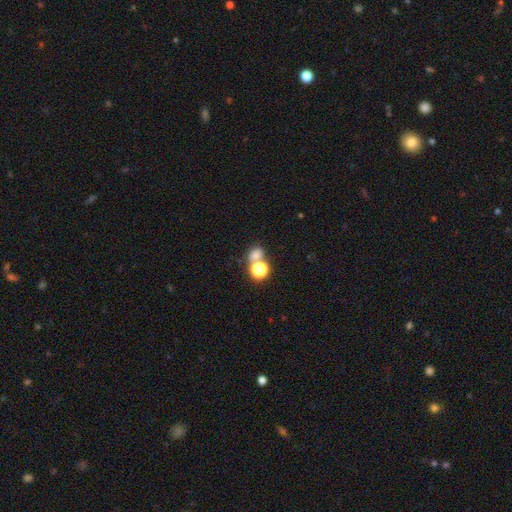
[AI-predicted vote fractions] Q: Smooth or featured?
A: smooth (68%); runner-up: star or artifact (23%)
Q: How rounded?
A: round (63%); runner-up: in between (36%)
Q: Merging?
A: none (49%); runner-up: merger (38%)